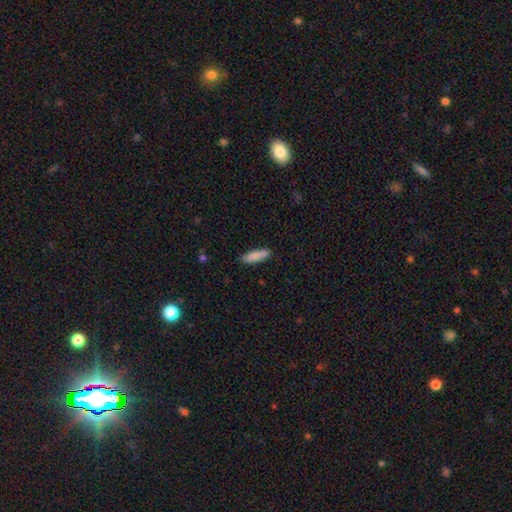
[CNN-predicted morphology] Q: Smooth or featured?
A: smooth (87%); runner-up: featured or disk (7%)
Q: How rounded?
A: cigar-shaped (67%); runner-up: in between (32%)
Q: Merging?
A: none (87%); runner-up: minor disturbance (10%)